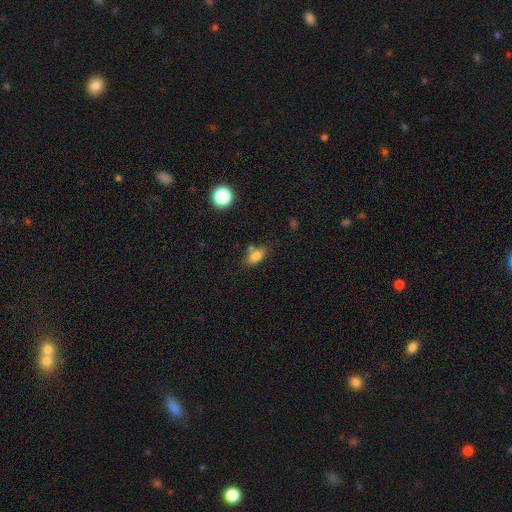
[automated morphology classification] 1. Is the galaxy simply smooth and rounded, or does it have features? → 79% smooth, 11% featured or disk, 10% star or artifact.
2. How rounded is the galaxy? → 83% in between, 11% round, 6% cigar-shaped.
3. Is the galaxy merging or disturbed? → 65% none, 16% minor disturbance, 15% merger, 4% major disturbance.